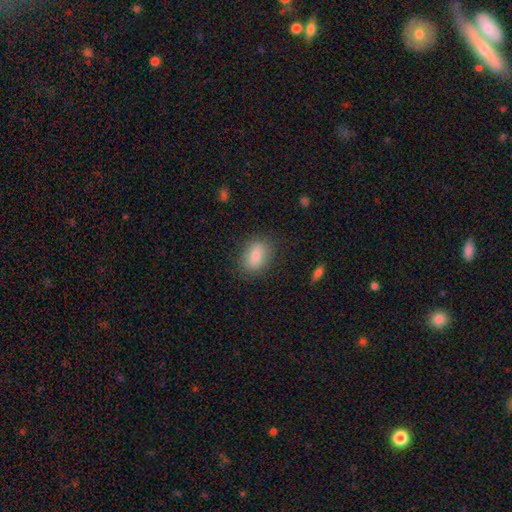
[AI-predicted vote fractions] This is likely a smooth galaxy (78%). How rounded: likely in between (73%). Merging: clearly none (84%).